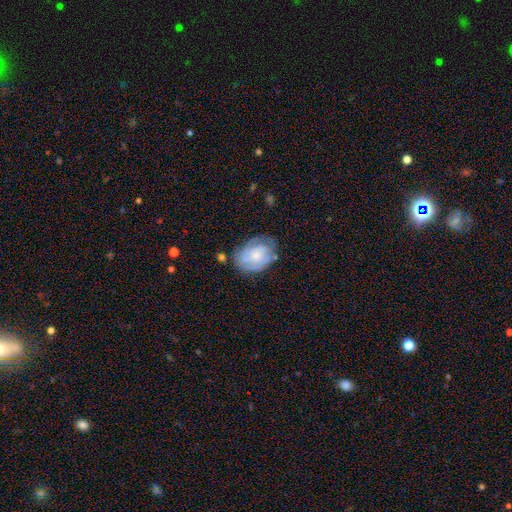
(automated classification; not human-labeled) A featured or disk galaxy (59%) with no bar (79%), spiral arms (77%) and a small central bulge (64%).

Vote fractions:
- Smooth or featured? featured or disk: 59% / smooth: 34% / star or artifact: 7%
- Edge-on disk? no: 97% / yes: 3%
- Bar? no: 79% / weak: 18% / strong: 3%
- Spiral arms? yes: 77% / no: 23%
- Bulge size? small: 64% / moderate: 26% / none: 6% / large: 3% / dominant: 1%
- Merging? none: 59% / minor disturbance: 26% / major disturbance: 11% / merger: 4%